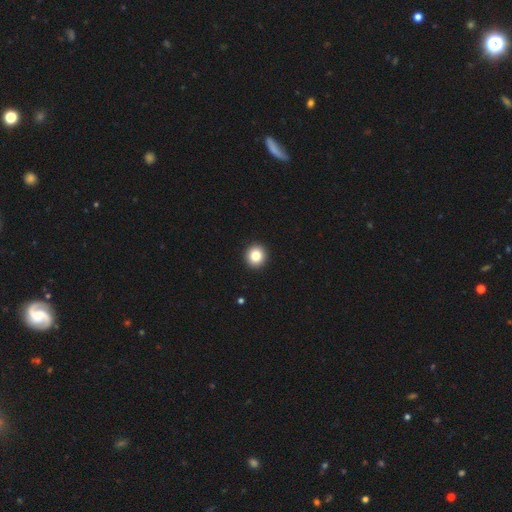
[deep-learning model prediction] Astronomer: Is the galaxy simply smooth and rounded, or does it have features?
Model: smooth — 84%.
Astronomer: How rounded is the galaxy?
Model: round — 92%.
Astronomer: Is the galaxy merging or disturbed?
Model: none — 94%.